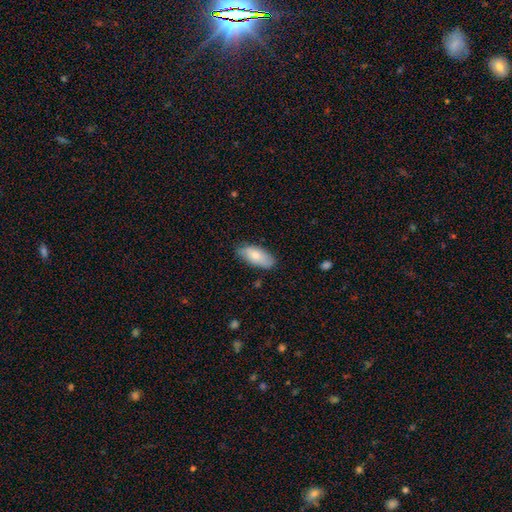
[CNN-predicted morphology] A smooth galaxy with no disk features (79%) that is in between round and cigar-shaped (89%).

Vote fractions:
- Smooth or featured? smooth: 79% / featured or disk: 15% / star or artifact: 6%
- How rounded? in between: 89% / cigar-shaped: 9% / round: 2%
- Merging? none: 79% / minor disturbance: 17% / major disturbance: 3% / merger: 1%